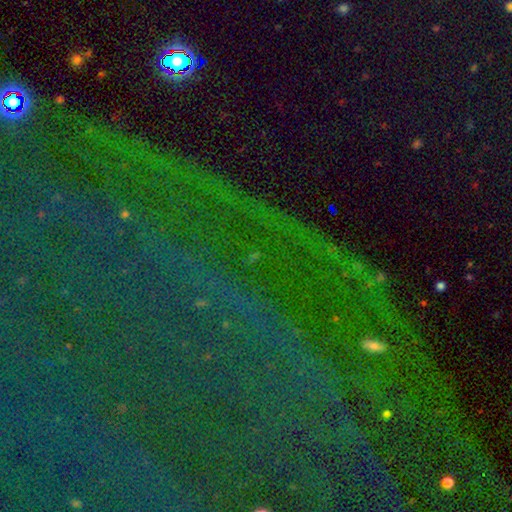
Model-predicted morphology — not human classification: This appears to be a star or artifact, not a galaxy (84%).